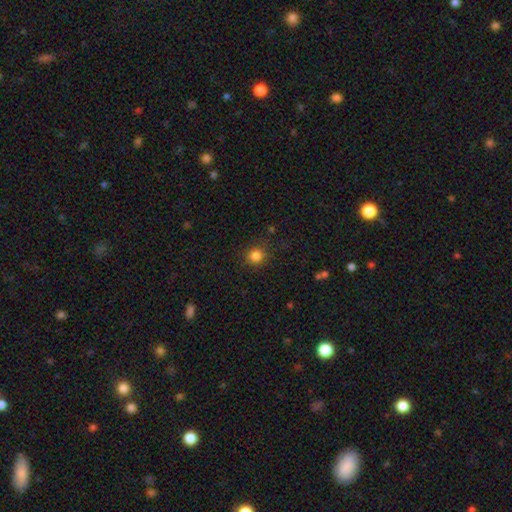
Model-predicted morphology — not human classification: Smooth or featured: smooth — 84% (star or artifact — 12%)
How rounded: round — 90% (in between — 9%)
Merging: none — 85% (minor disturbance — 10%)